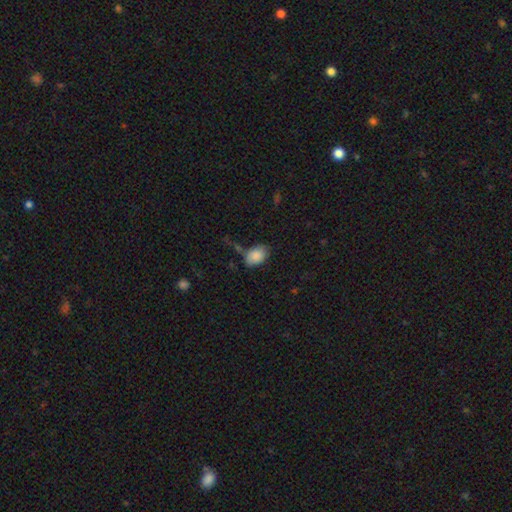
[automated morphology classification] Q: Smooth or featured?
A: smooth (87%); runner-up: star or artifact (7%)
Q: How rounded?
A: in between (85%); runner-up: round (14%)
Q: Merging?
A: none (65%); runner-up: minor disturbance (22%)